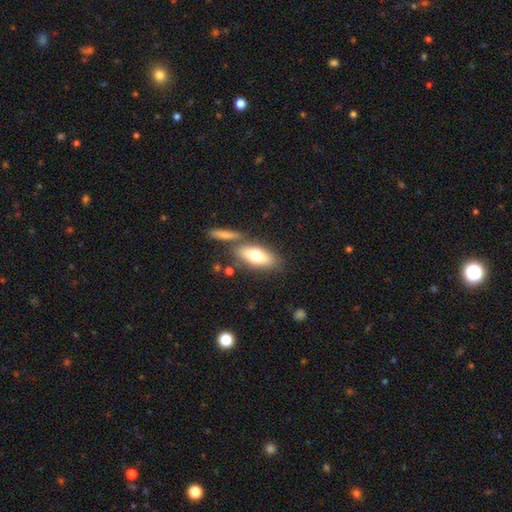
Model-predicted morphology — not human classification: smooth_or_featured: smooth (p=0.70) [alt: featured or disk p=0.23]
how_rounded: in between (p=0.78) [alt: cigar-shaped p=0.18]
merging: none (p=0.65) [alt: merger p=0.18]